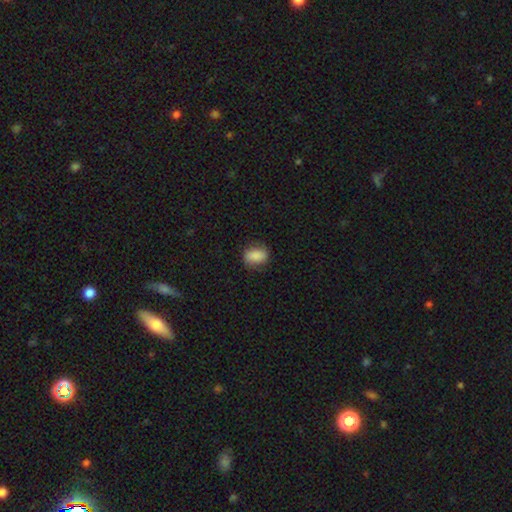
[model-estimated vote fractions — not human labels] smooth_or_featured: smooth (p=0.84) [alt: featured or disk p=0.08]
how_rounded: in between (p=0.78) [alt: round p=0.20]
merging: none (p=0.77) [alt: minor disturbance p=0.17]